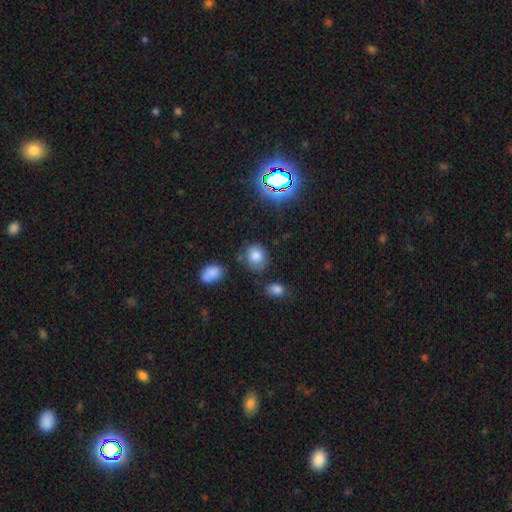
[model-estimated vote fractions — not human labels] smooth 80%, star or artifact 12%, featured or disk 8%. Down the decision tree: how rounded — round (69%); merging — none (72%).